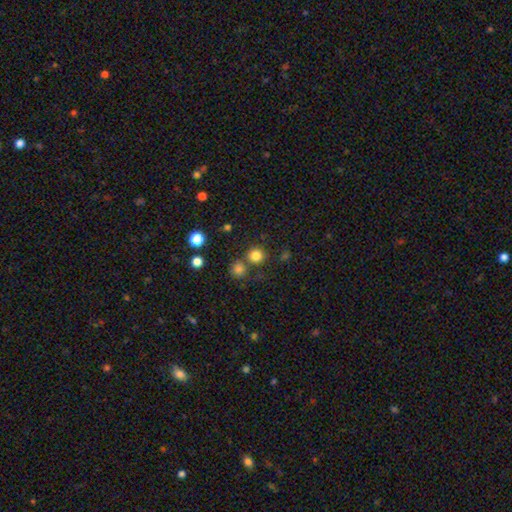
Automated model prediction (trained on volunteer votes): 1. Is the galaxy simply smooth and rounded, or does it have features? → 81% smooth, 14% star or artifact, 5% featured or disk.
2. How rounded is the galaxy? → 92% round, 7% in between, 1% cigar-shaped.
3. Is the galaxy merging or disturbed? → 75% none, 14% merger, 7% minor disturbance, 3% major disturbance.